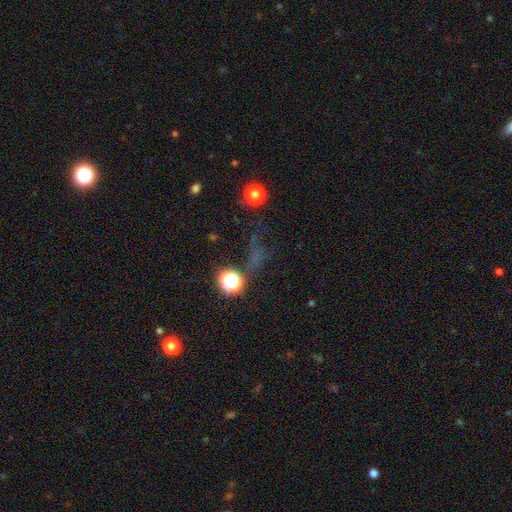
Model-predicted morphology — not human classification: Smooth or featured? star or artifact (57%)